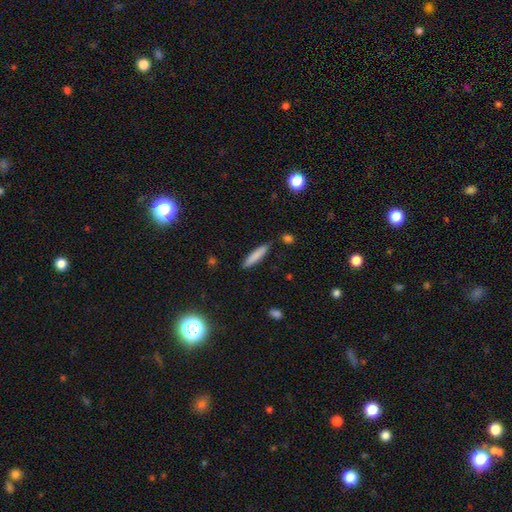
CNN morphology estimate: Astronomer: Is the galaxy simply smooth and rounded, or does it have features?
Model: smooth — 82%.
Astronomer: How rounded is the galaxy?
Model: cigar-shaped — 87%.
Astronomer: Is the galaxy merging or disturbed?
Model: none — 84%.